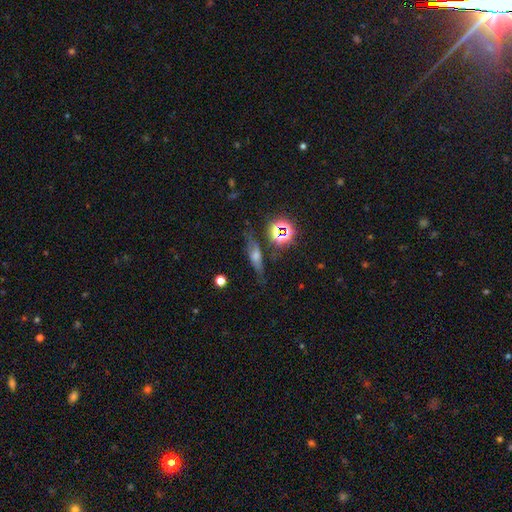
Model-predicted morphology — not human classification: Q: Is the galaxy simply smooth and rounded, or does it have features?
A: featured or disk — 47%.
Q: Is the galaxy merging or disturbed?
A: none — 77%.